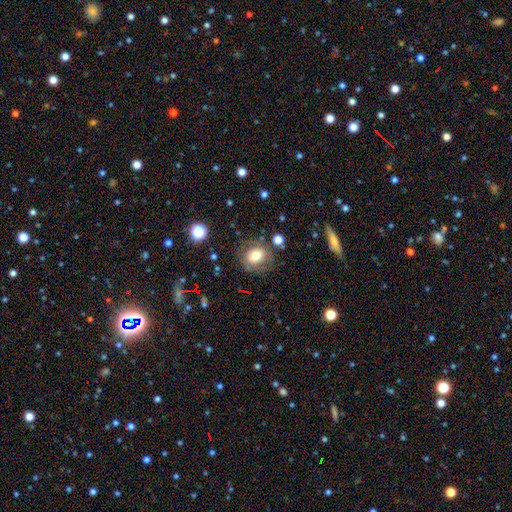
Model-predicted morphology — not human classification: This is likely a smooth galaxy (72%). How rounded: likely round (66%). Merging: likely none (74%).